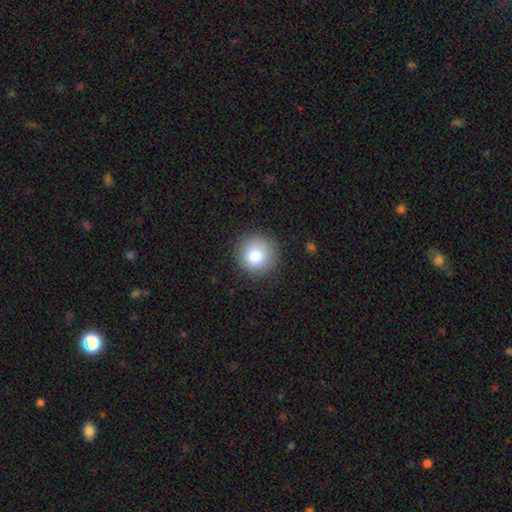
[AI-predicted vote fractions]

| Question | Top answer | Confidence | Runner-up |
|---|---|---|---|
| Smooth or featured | smooth | 83% | star or artifact (10%) |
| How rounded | round | 95% | in between (4%) |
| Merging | none | 90% | minor disturbance (7%) |